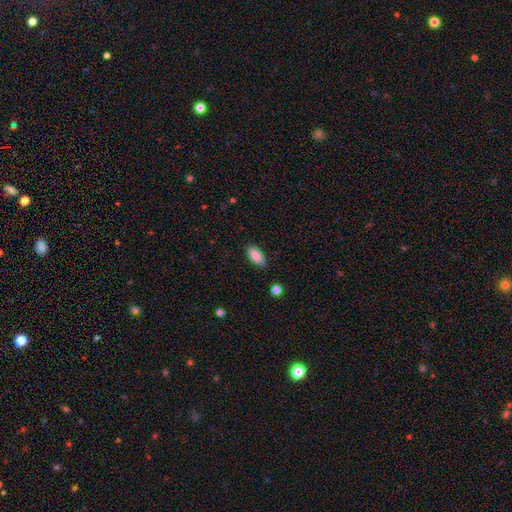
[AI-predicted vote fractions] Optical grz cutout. It shows a smooth galaxy with no disk features (88%) that is in between round and cigar-shaped (88%). Merging: none (85%).